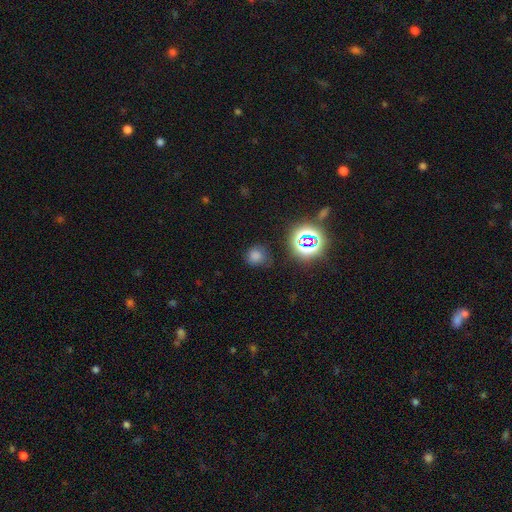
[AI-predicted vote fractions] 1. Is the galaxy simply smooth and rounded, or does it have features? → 64% smooth, 29% star or artifact, 7% featured or disk.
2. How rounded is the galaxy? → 84% round, 14% in between, 1% cigar-shaped.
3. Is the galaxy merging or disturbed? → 75% none, 16% minor disturbance, 6% major disturbance, 3% merger.